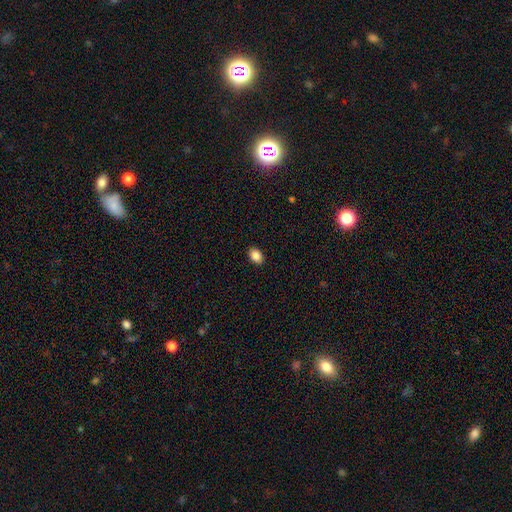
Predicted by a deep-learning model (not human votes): This is clearly a smooth galaxy (86%). How rounded: likely in between (79%). Merging: clearly none (91%).